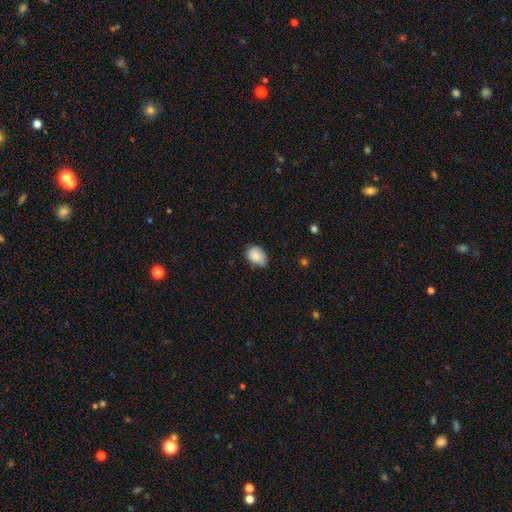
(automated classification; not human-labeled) The model was most divided on "merging": none: 60%, minor disturbance: 33%, major disturbance: 5%, merger: 1%. More confident: smooth or featured — smooth (85%); how rounded — in between (70%).